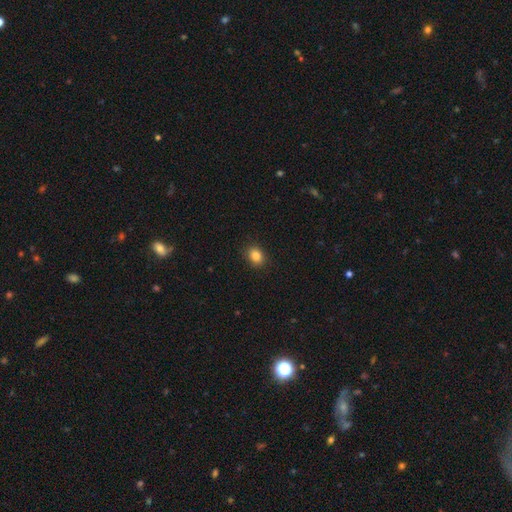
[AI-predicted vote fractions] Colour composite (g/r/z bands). It shows a smooth galaxy with no disk features (86%) that is in between round and cigar-shaped (56%). Merging: none (88%).